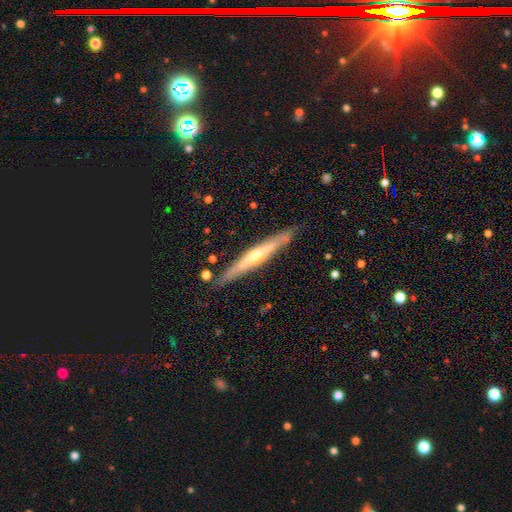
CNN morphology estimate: smooth-or-featured: featured or disk: 64% | smooth: 30% | star or artifact: 6%
  disk-edge-on: yes: 95% | no: 5%
    edge-on-bulge: rounded: 71% | none: 23% | boxy: 5%
  merging: none: 87% | minor disturbance: 10% | merger: 2% | major disturbance: 2%